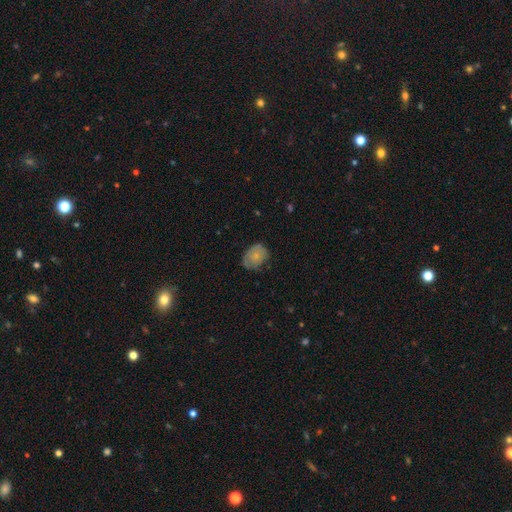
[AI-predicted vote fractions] Smooth or featured? Predicted: smooth (p=0.69). How rounded? Predicted: in between (p=0.56). Merging? Predicted: none (p=0.61).